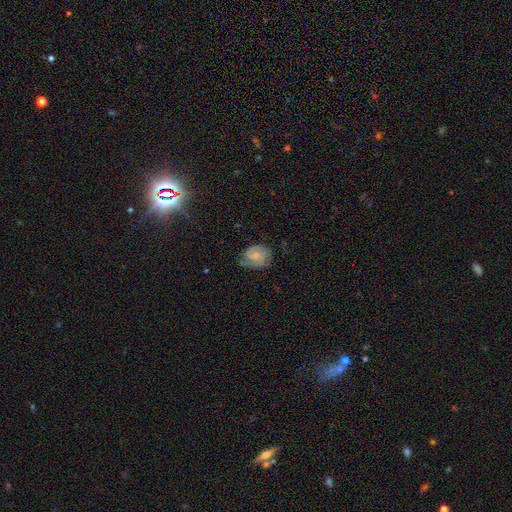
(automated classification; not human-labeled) Smooth or featured: featured or disk — 61% (smooth — 31%)
Edge-on disk: no — 97% (yes — 3%)
Bar: no — 56% (weak — 38%)
Spiral arms: yes — 91% (no — 9%)
Spiral winding: tight — 45% (medium — 41%)
Spiral arm count: 2 — 58% (can't tell — 18%)
Bulge size: small — 47% (moderate — 25%)
Merging: none — 58% (minor disturbance — 28%)